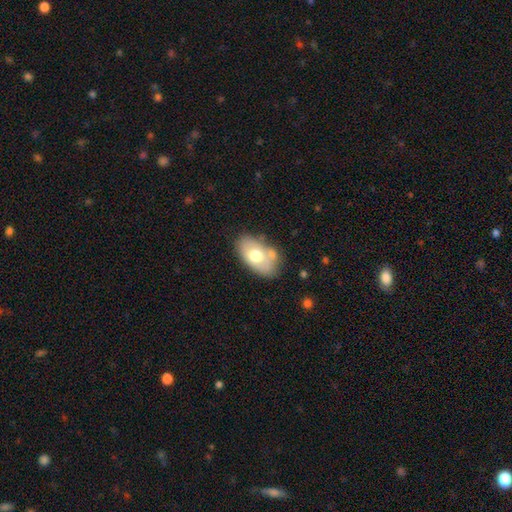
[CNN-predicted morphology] smooth_or_featured: smooth (p=0.63) [alt: featured or disk p=0.31]
how_rounded: in between (p=0.91) [alt: round p=0.07]
merging: none (p=0.59) [alt: minor disturbance p=0.22]